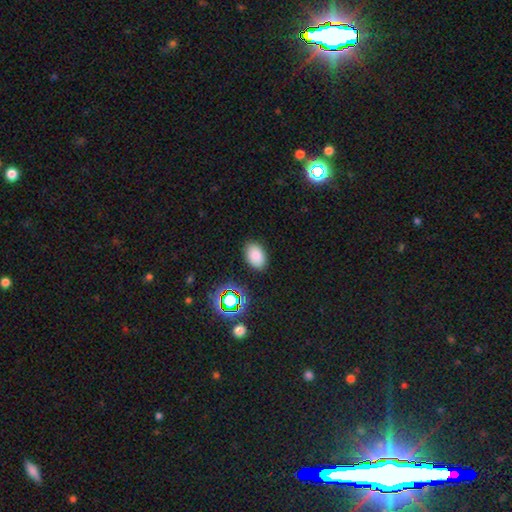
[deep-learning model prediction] Smooth or featured?
  - smooth: 82% *
  - star or artifact: 13%
  - featured or disk: 5%
How rounded?
  - in between: 89% *
  - round: 10%
  - cigar-shaped: 1%
Merging?
  - none: 87% *
  - minor disturbance: 9%
  - major disturbance: 3%
  - merger: 1%